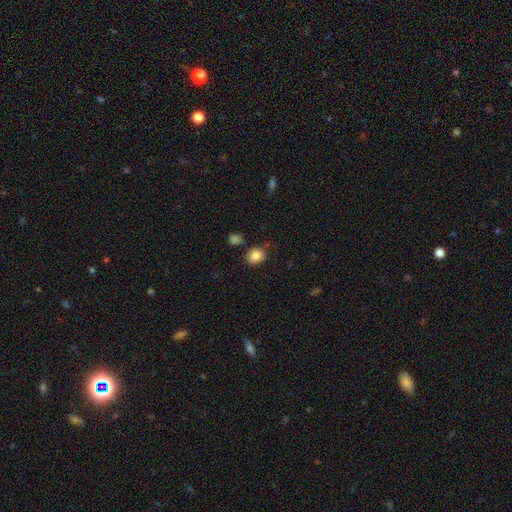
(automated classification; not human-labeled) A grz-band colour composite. It shows a smooth galaxy with no disk features (85%) that is round (59%). Merging: none (77%).